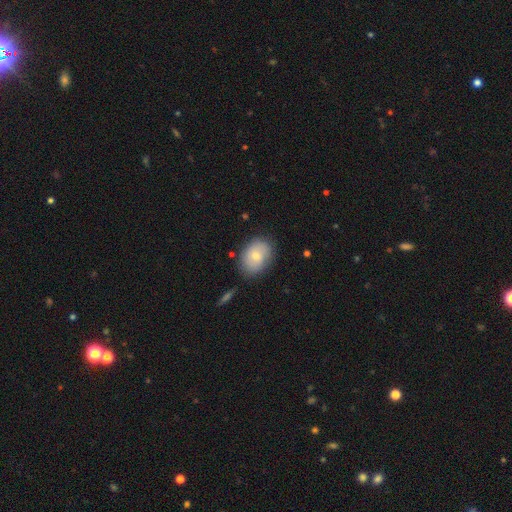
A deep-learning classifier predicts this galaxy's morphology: Smooth or featured? smooth (67%)
How rounded? in between (66%)
Merging? none (77%)